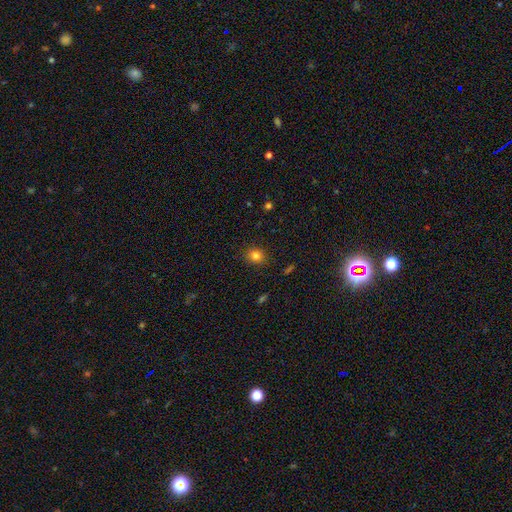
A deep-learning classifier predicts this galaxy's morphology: This is clearly a smooth galaxy (80%). How rounded: likely round (74%). Merging: clearly none (89%).